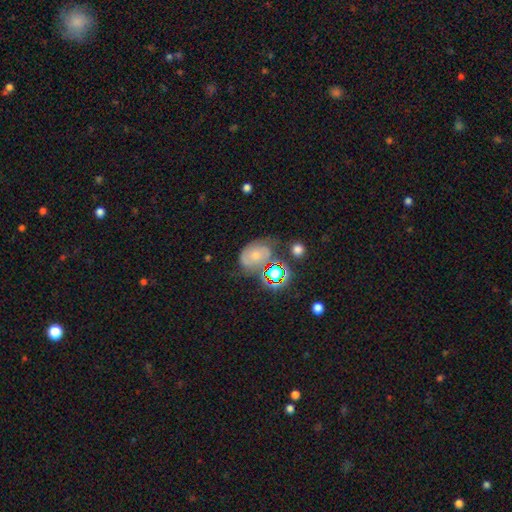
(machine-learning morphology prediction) Smooth or featured: featured or disk — 47% (smooth — 34%)
Merging: none — 46% (minor disturbance — 29%)